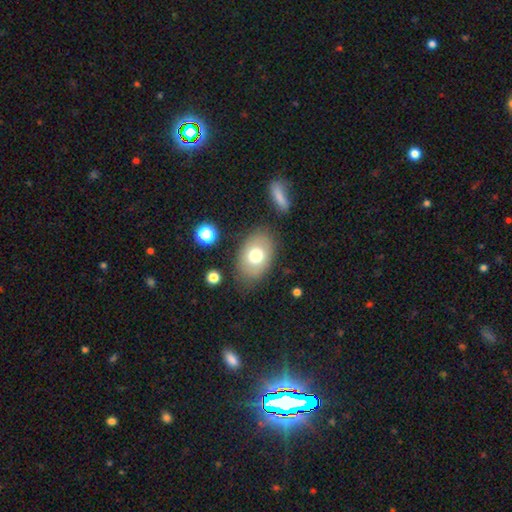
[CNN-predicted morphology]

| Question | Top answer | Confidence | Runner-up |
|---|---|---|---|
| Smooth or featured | smooth | 70% | featured or disk (21%) |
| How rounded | in between | 81% | round (18%) |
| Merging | none | 77% | minor disturbance (14%) |